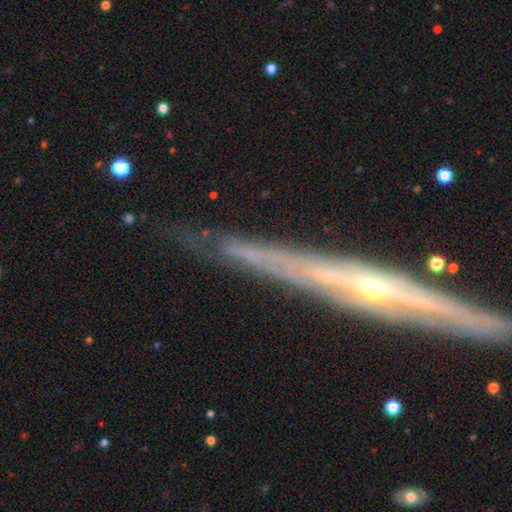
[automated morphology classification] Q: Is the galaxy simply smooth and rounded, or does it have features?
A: featured or disk — 80%.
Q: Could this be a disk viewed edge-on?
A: yes — 81%.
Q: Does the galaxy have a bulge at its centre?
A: rounded — 61%.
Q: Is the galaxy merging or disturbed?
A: none — 77%.